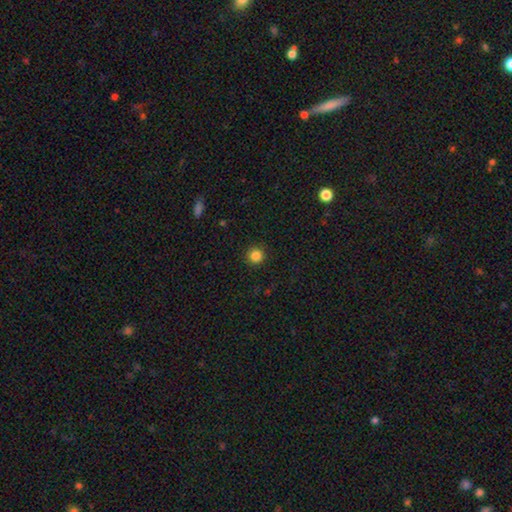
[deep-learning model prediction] Overall: smooth (85%). How rounded: round (95%). Merging: none (92%).